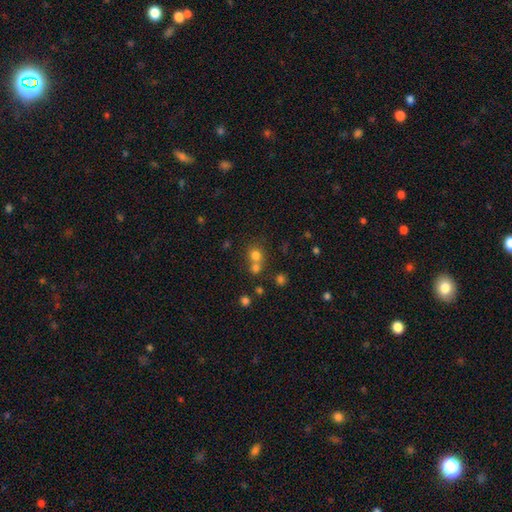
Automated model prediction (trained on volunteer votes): Morphology: type=smooth (73%); roundness=round (81%); merging=merger (46%).